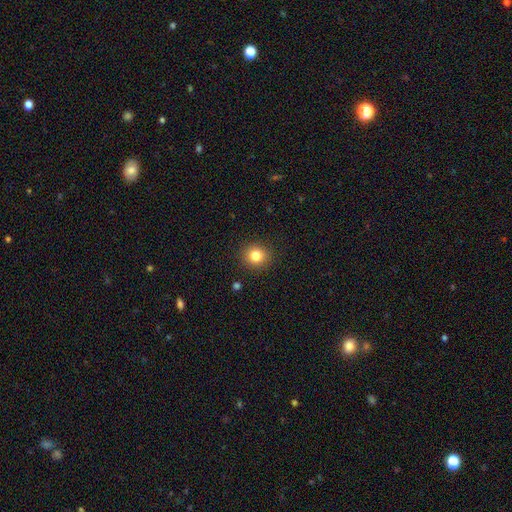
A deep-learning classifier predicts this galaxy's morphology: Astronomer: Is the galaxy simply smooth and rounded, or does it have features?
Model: smooth — 82%.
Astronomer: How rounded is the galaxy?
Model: round — 87%.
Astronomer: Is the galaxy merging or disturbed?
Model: none — 90%.